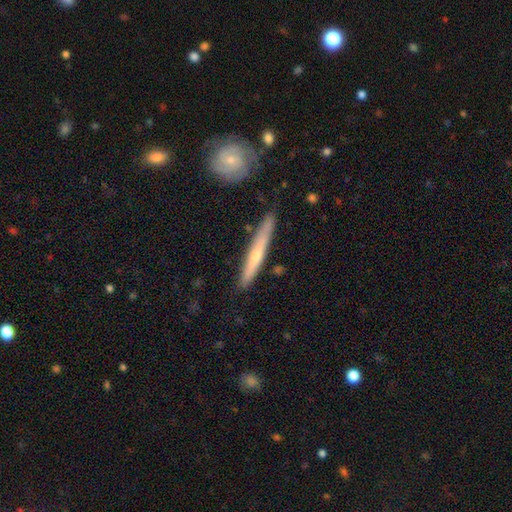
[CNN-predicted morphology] smooth-or-featured: featured or disk: 53% | smooth: 41% | star or artifact: 6%
  disk-edge-on: yes: 91% | no: 9%
  merging: none: 85% | minor disturbance: 10% | merger: 3% | major disturbance: 2%